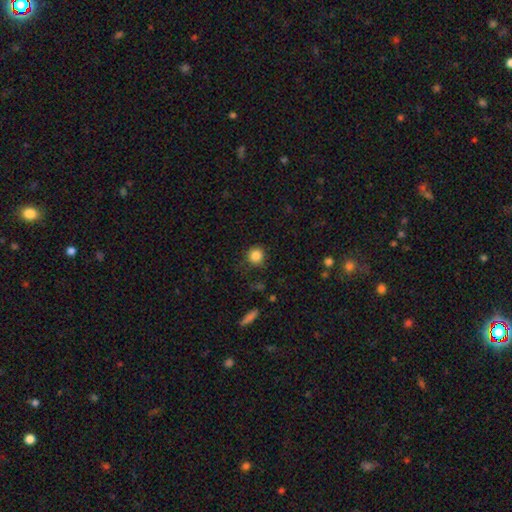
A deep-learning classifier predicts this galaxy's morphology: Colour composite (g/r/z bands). It shows a smooth galaxy with no disk features (85%) that is round (93%). Merging: none (83%).